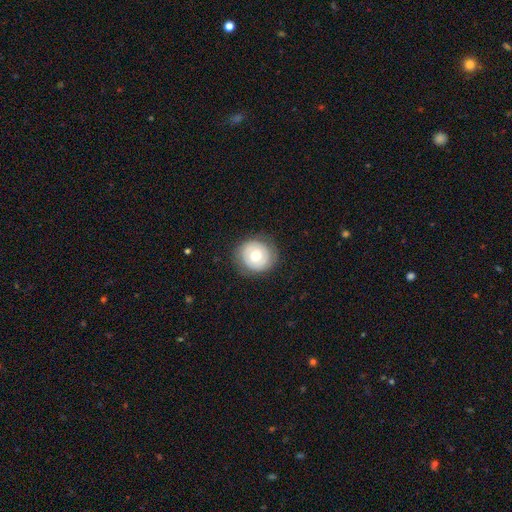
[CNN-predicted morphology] smooth_or_featured: featured or disk (p=0.49) [alt: smooth p=0.44]
merging: none (p=0.83) [alt: minor disturbance p=0.12]